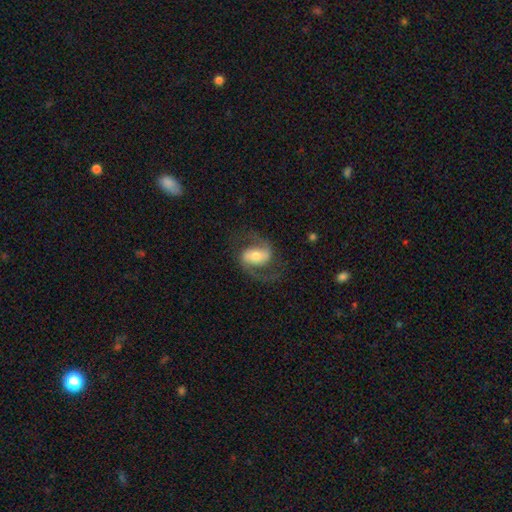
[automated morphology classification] Overall: featured or disk (83%). Edge-on disk: no (97%). Bar: weak (38%; strong 36%). Spiral arms: yes (95%). Spiral arm count: 2 (93%). Spiral winding: medium (55%; loose 33%). Bulge size: moderate (58%; small 29%). Merging: none (75%).